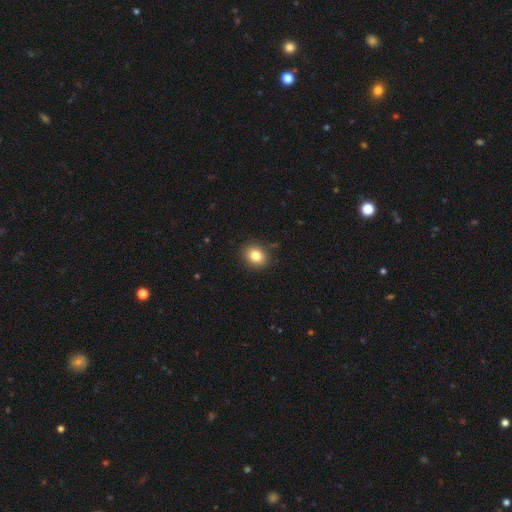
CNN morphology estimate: Smooth or featured?
  - smooth: 83% *
  - star or artifact: 10%
  - featured or disk: 7%
How rounded?
  - round: 59% *
  - in between: 41%
  - cigar-shaped: 1%
Merging?
  - none: 88% *
  - minor disturbance: 9%
  - major disturbance: 2%
  - merger: 1%